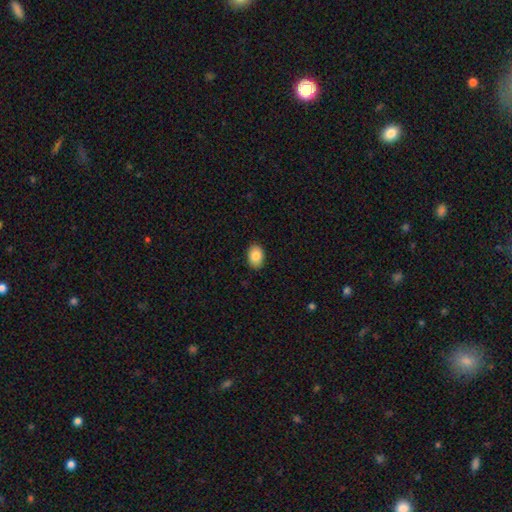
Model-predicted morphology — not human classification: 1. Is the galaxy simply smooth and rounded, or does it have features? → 86% smooth, 7% star or artifact, 7% featured or disk.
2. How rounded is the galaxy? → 79% in between, 20% round, 1% cigar-shaped.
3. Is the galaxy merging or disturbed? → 89% none, 9% minor disturbance, 2% major disturbance, 1% merger.